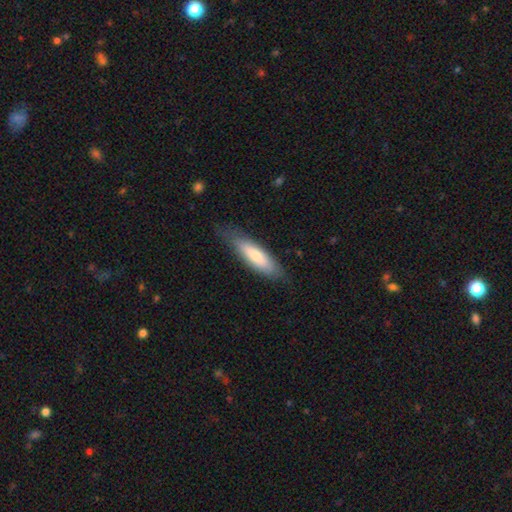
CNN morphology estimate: The model was most divided on "how rounded": cigar-shaped: 60%, in between: 38%, round: 1%. More confident: merging — none (74%); smooth or featured — smooth (73%).